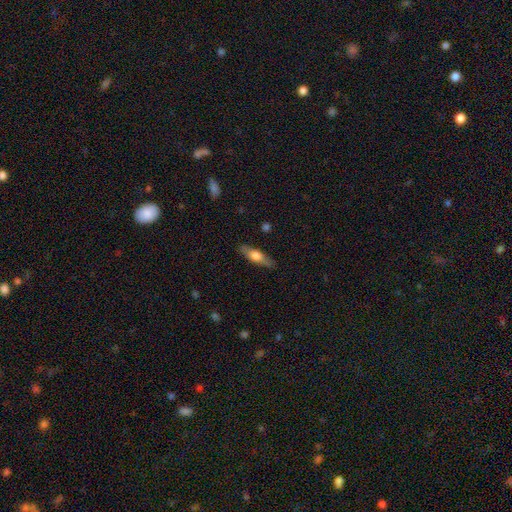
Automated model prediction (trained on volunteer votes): smooth_or_featured: smooth (p=0.51) [alt: featured or disk p=0.43]
how_rounded: cigar-shaped (p=0.55) [alt: in between p=0.42]
merging: none (p=0.84) [alt: minor disturbance p=0.12]